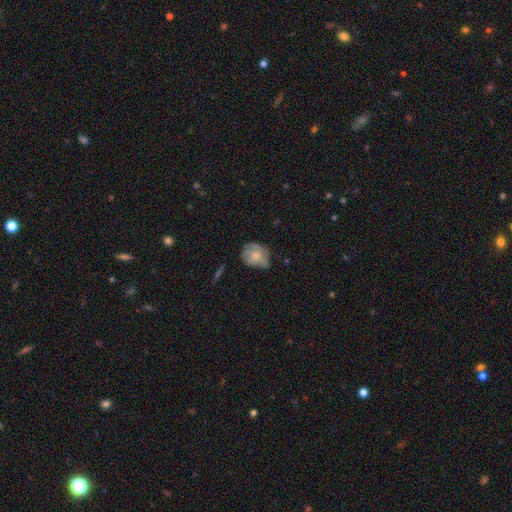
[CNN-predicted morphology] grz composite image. It shows a smooth galaxy with no disk features (54%) that is round (55%). Merging: none (51%).